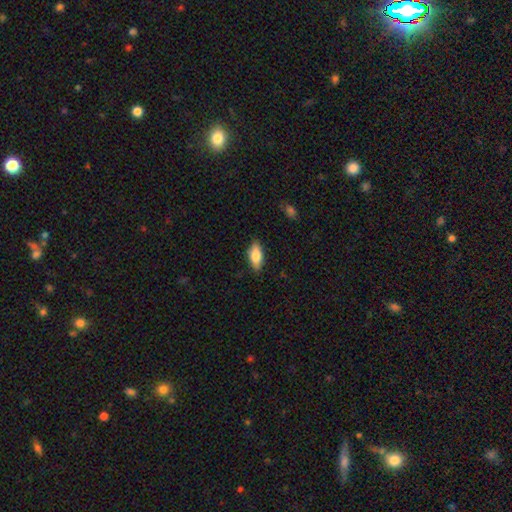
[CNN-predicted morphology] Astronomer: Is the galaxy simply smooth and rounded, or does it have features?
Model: smooth — 76%.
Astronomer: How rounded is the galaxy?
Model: in between — 82%.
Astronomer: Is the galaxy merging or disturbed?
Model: none — 86%.